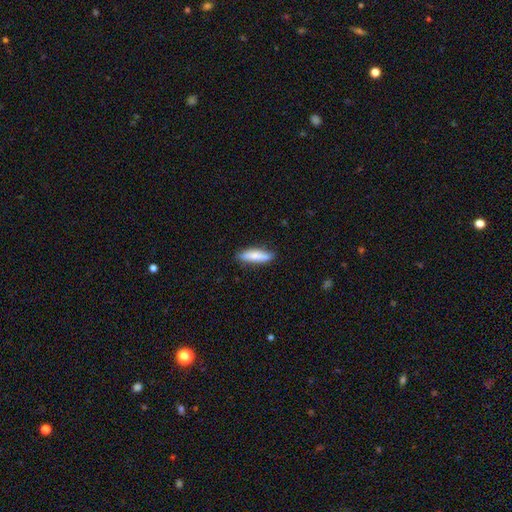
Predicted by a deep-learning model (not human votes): Morphology: type=smooth (78%); roundness=cigar-shaped (67%); merging=none (81%).